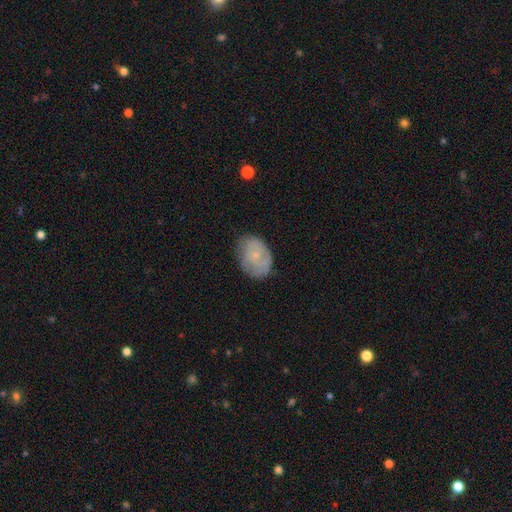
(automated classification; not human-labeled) A smooth galaxy with no disk features (54%) that is in between round and cigar-shaped (75%).

Vote fractions:
- Smooth or featured? smooth: 54% / featured or disk: 38% / star or artifact: 8%
- How rounded? in between: 75% / round: 24% / cigar-shaped: 1%
- Merging? none: 68% / minor disturbance: 24% / major disturbance: 7% / merger: 1%